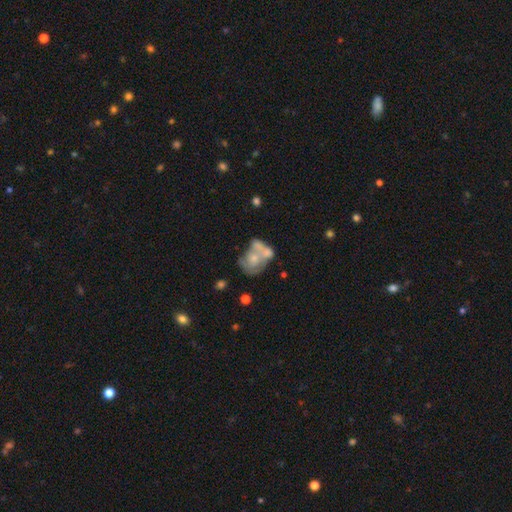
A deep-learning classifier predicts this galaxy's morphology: featured or disk 51%, smooth 40%, star or artifact 9%. Down the decision tree: edge-on disk — no (97%); merging — merger (55%).